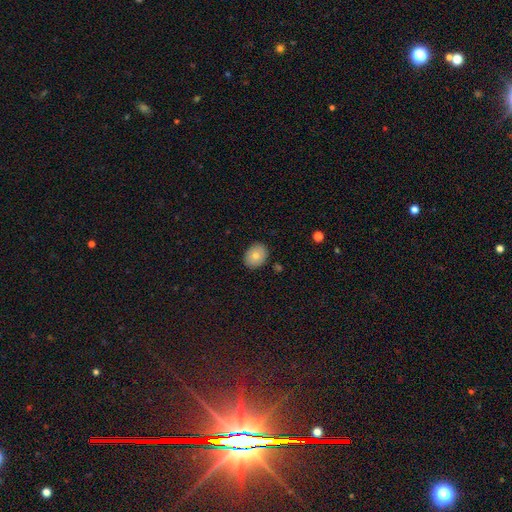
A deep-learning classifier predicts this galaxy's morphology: type=smooth (78%); roundness=in between (53%); merging=none (87%).